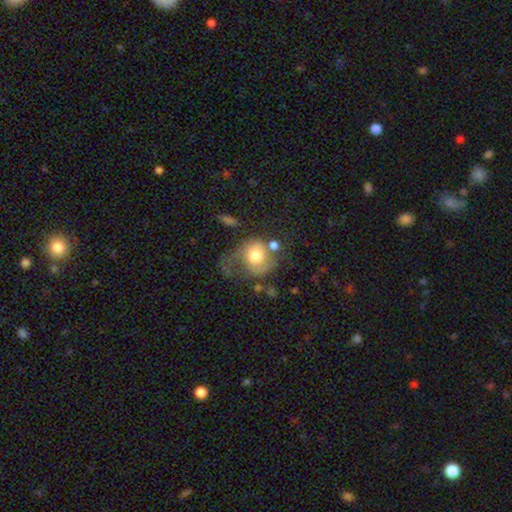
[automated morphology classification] Overall: smooth (55%; featured or disk 37%). How rounded: round (71%). Merging: major disturbance (38%; none 27%).